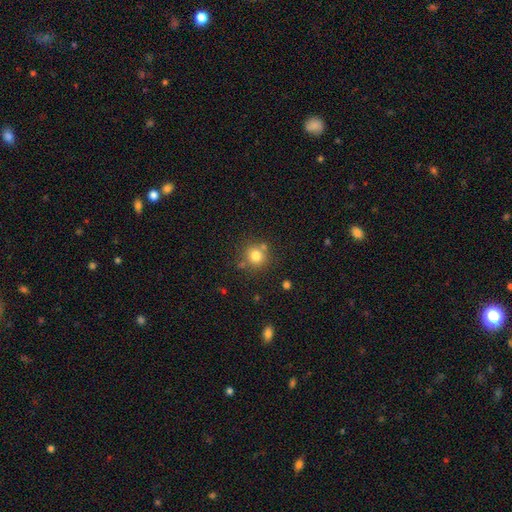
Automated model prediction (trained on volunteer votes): Q: Smooth or featured?
A: smooth (78%); runner-up: star or artifact (13%)
Q: How rounded?
A: round (91%); runner-up: in between (8%)
Q: Merging?
A: none (73%); runner-up: merger (13%)